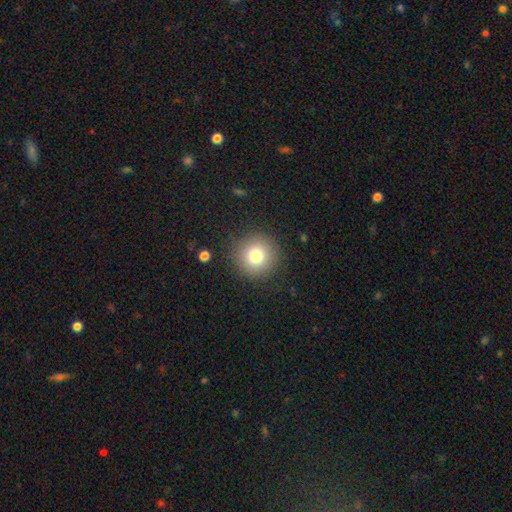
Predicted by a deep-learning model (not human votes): The model was most divided on "smooth or featured": smooth: 78%, star or artifact: 12%, featured or disk: 10%. More confident: how rounded — round (95%); merging — none (90%).